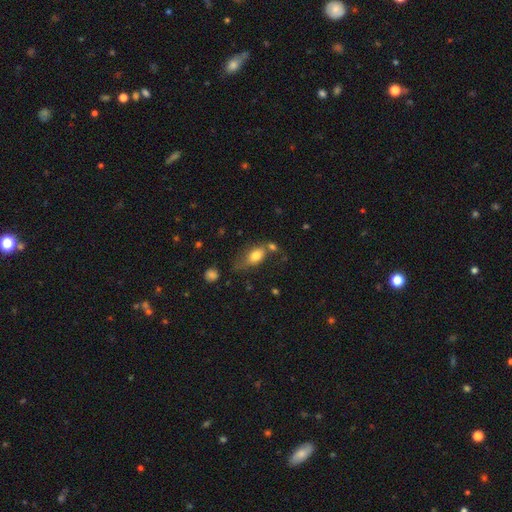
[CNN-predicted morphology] Smooth or featured?
  - smooth: 78% *
  - featured or disk: 14%
  - star or artifact: 8%
How rounded?
  - in between: 86% *
  - round: 9%
  - cigar-shaped: 6%
Merging?
  - none: 44% *
  - minor disturbance: 25%
  - merger: 17%
  - major disturbance: 14%